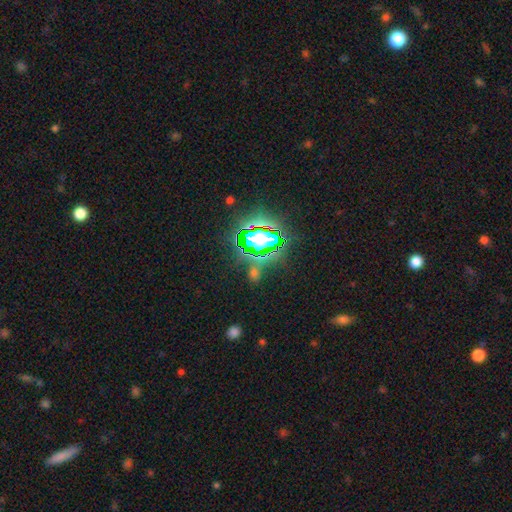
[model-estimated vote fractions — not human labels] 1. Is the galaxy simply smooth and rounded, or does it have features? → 84% star or artifact, 10% smooth, 6% featured or disk.